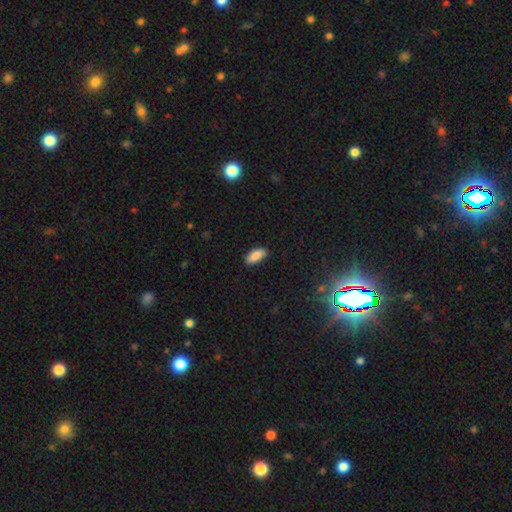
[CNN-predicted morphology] Smooth or featured?
  - smooth: 89% *
  - star or artifact: 7%
  - featured or disk: 4%
How rounded?
  - in between: 88% *
  - cigar-shaped: 10%
  - round: 2%
Merging?
  - none: 80% *
  - minor disturbance: 16%
  - major disturbance: 2%
  - merger: 1%